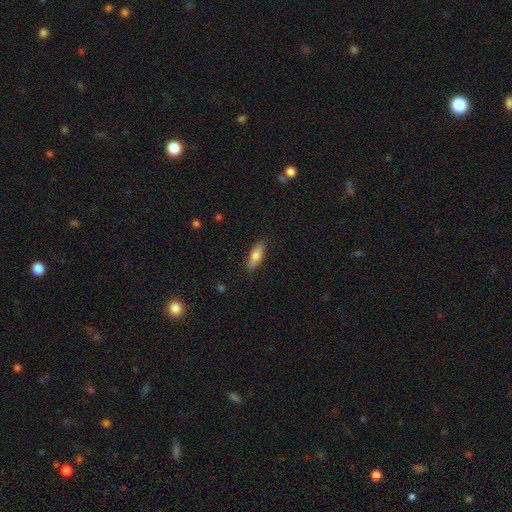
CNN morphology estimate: A smooth galaxy with no disk features (76%) that is in between round and cigar-shaped (66%).

Vote fractions:
- Smooth or featured? smooth: 76% / featured or disk: 18% / star or artifact: 6%
- How rounded? in between: 66% / cigar-shaped: 31% / round: 2%
- Merging? none: 87% / minor disturbance: 10% / major disturbance: 2% / merger: 1%